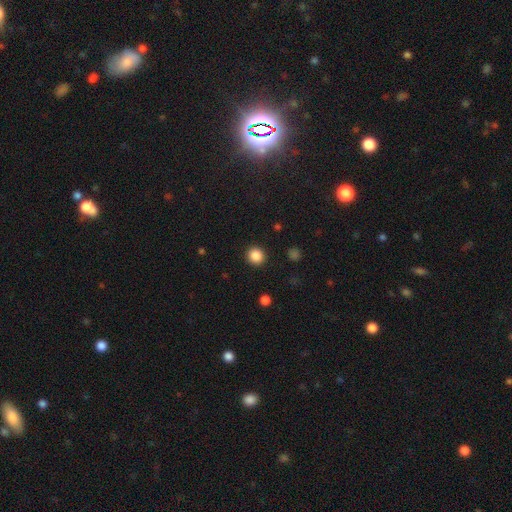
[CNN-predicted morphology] Smooth or featured? smooth (87%)
How rounded? round (91%)
Merging? none (92%)